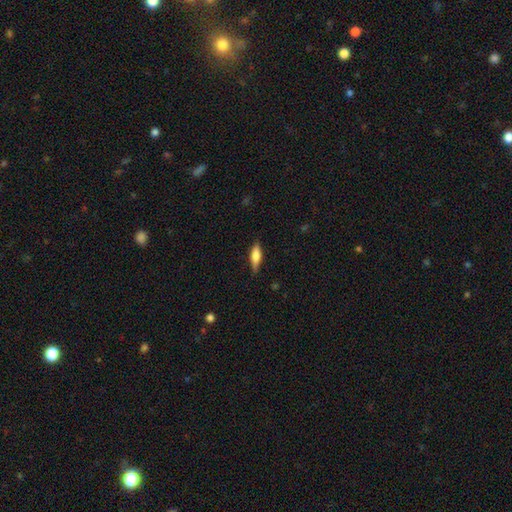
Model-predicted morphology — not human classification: smooth-or-featured: smooth: 64% | featured or disk: 29% | star or artifact: 7%
  how-rounded: cigar-shaped: 52% | in between: 46% | round: 2%
  merging: none: 80% | minor disturbance: 16% | major disturbance: 3% | merger: 1%